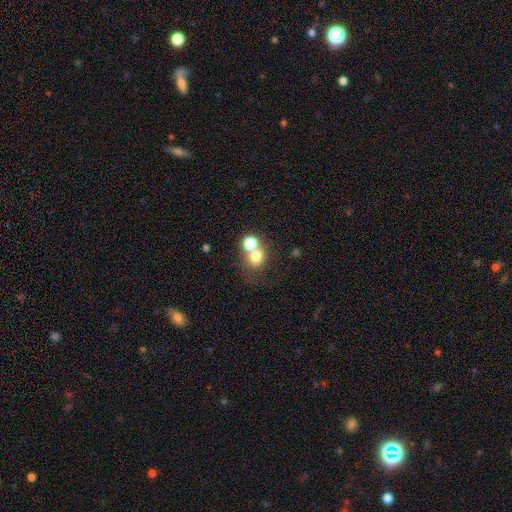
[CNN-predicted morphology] Q: Smooth or featured?
A: smooth (73%); runner-up: star or artifact (14%)
Q: How rounded?
A: round (74%); runner-up: in between (25%)
Q: Merging?
A: merger (49%); runner-up: none (40%)